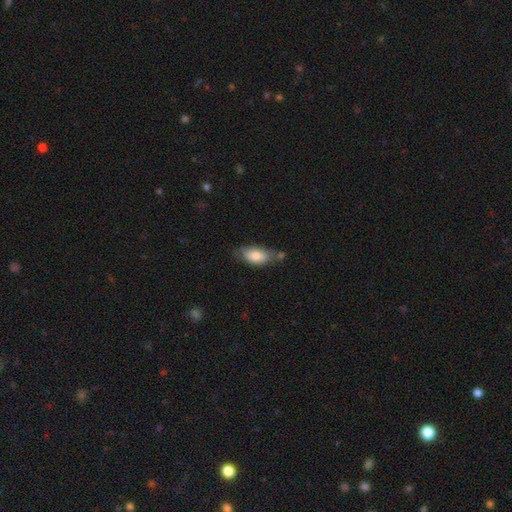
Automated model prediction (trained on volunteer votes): Overall: smooth (78%). How rounded: in between (88%). Merging: none (50%; minor disturbance 30%).